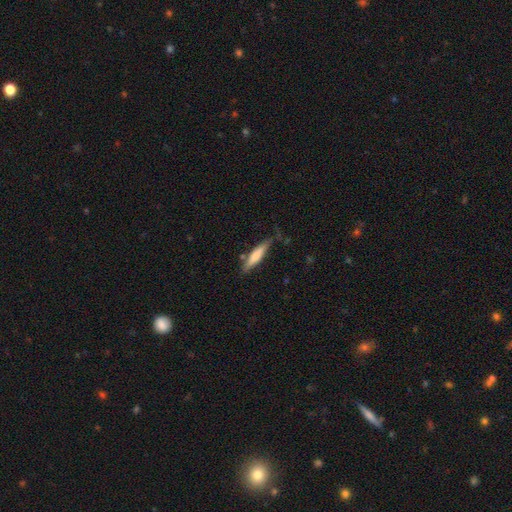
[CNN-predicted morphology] Smooth or featured? smooth (64%)
How rounded? cigar-shaped (83%)
Merging? none (70%)